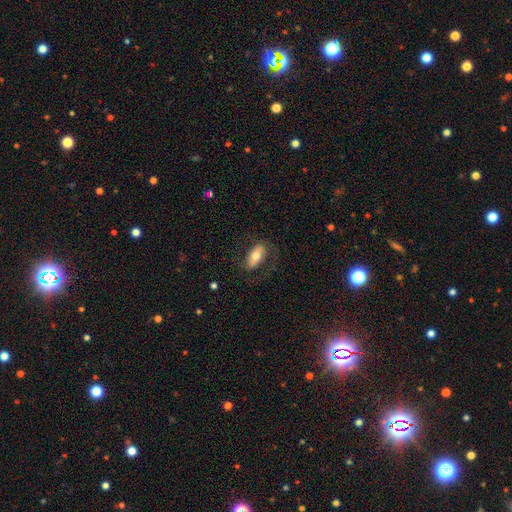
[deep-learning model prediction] Q: Smooth or featured?
A: smooth (51%); runner-up: featured or disk (42%)
Q: How rounded?
A: in between (85%); runner-up: cigar-shaped (10%)
Q: Merging?
A: none (70%); runner-up: minor disturbance (17%)